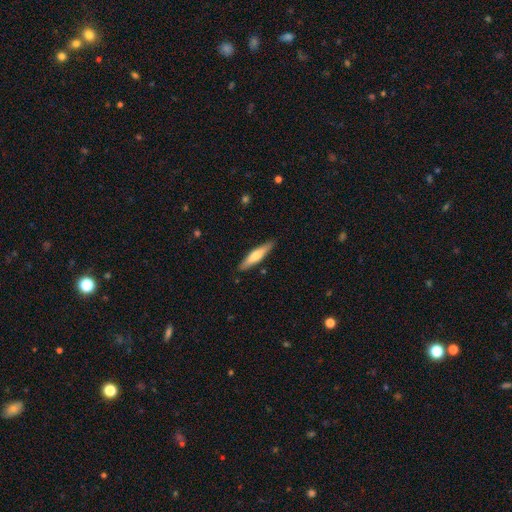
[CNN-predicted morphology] smooth_or_featured: smooth (p=0.58) [alt: featured or disk p=0.37]
how_rounded: cigar-shaped (p=0.84) [alt: in between p=0.14]
merging: none (p=0.88) [alt: minor disturbance p=0.09]